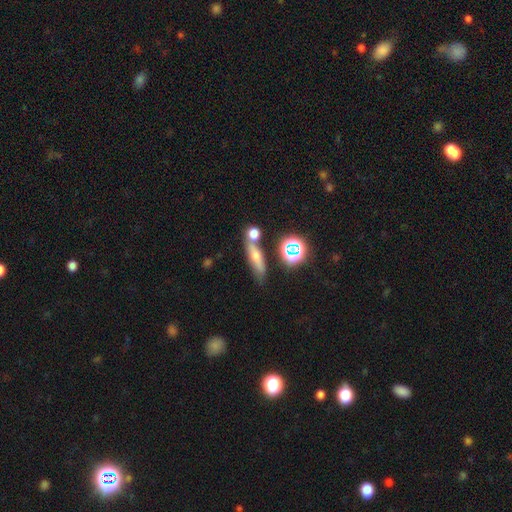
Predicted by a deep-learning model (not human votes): Smooth or featured? Predicted: smooth (p=0.45). Merging? Predicted: none (p=0.65).